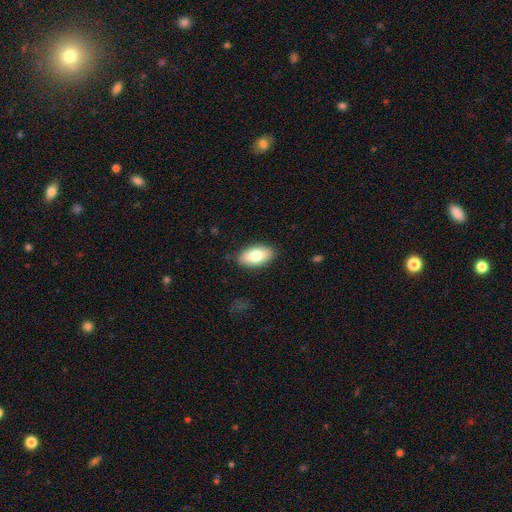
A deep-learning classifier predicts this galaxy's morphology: smooth-or-featured: smooth: 78% | featured or disk: 15% | star or artifact: 6%
  how-rounded: in between: 94% | round: 4% | cigar-shaped: 2%
  merging: none: 86% | minor disturbance: 10% | major disturbance: 2% | merger: 1%